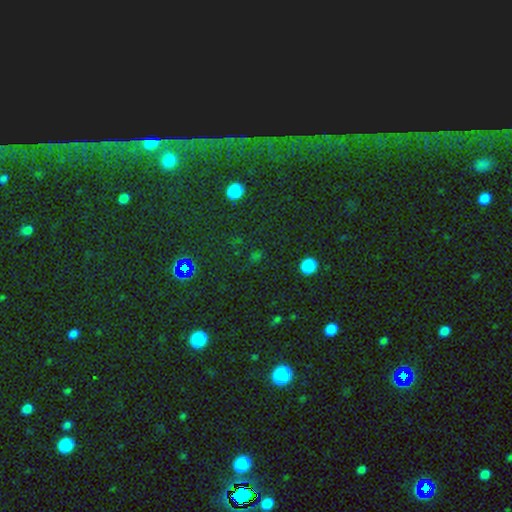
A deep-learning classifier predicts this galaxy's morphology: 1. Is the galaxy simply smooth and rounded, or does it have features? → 51% star or artifact, 42% smooth, 8% featured or disk.